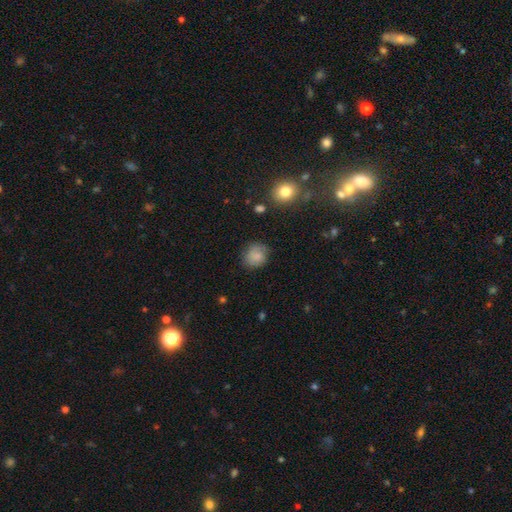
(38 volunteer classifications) A smooth galaxy with no disk features (82%) that is in between round and cigar-shaped (55%). Merging: none (74%).